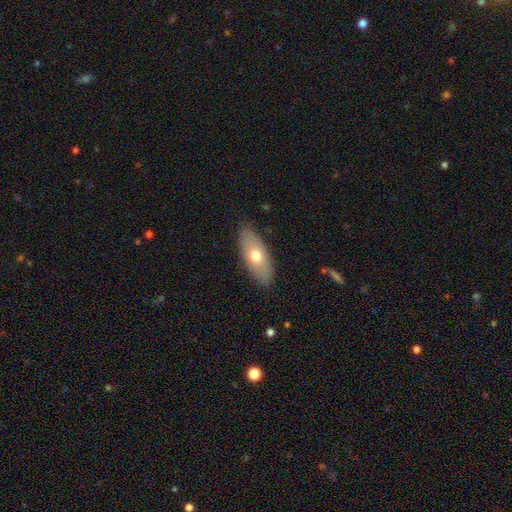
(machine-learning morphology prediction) Smooth or featured? Predicted: smooth (p=0.65). How rounded? Predicted: in between (p=0.80). Merging? Predicted: none (p=0.86).